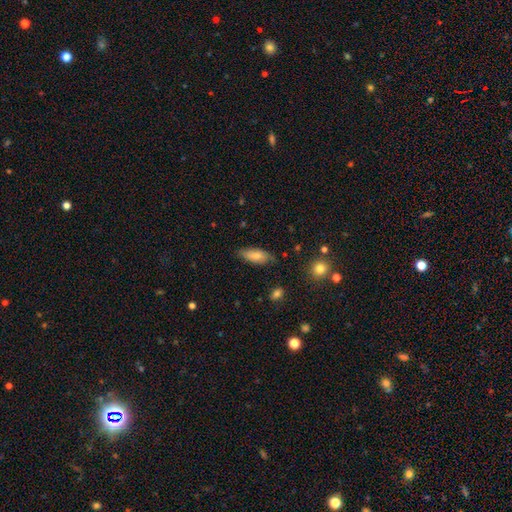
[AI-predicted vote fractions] Smooth or featured: smooth — 75% (featured or disk — 18%)
How rounded: in between — 80% (cigar-shaped — 18%)
Merging: none — 74% (minor disturbance — 20%)